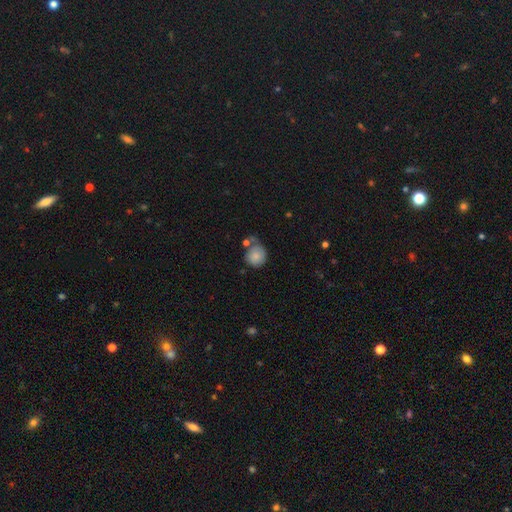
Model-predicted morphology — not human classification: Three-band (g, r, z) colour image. It shows a smooth galaxy with no disk features (82%) that is round (85%). Merging: none (49%).